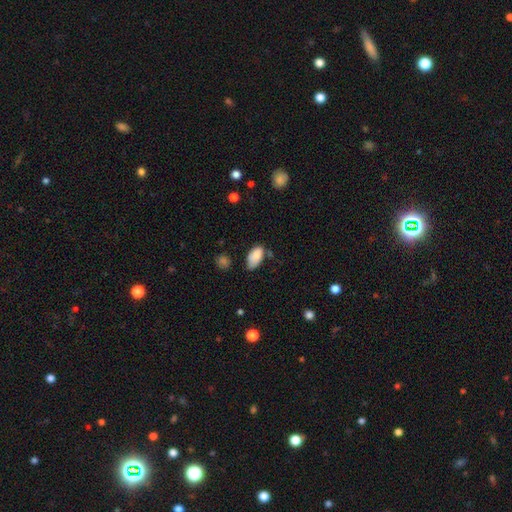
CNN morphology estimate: Smooth or featured? smooth (84%)
How rounded? in between (94%)
Merging? none (47%)